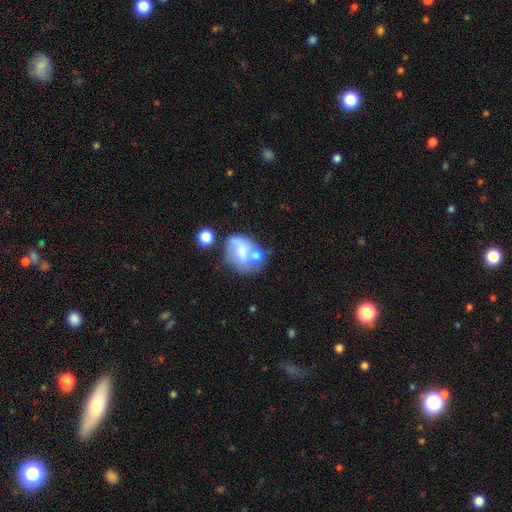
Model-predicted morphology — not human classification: smooth_or_featured: featured or disk (p=0.46) [alt: smooth p=0.44]
merging: merger (p=0.40) [alt: none p=0.28]